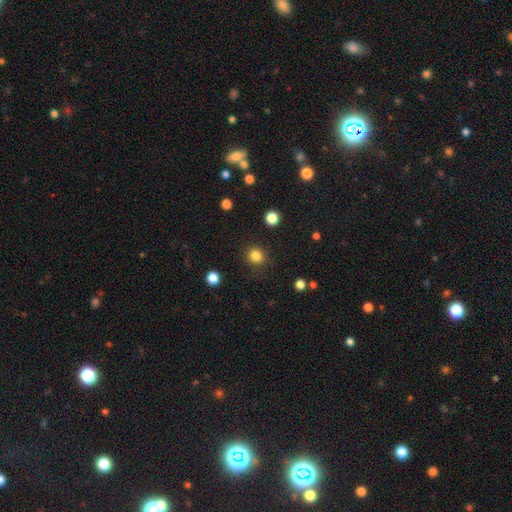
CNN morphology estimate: Q: Smooth or featured?
A: smooth (83%); runner-up: star or artifact (13%)
Q: How rounded?
A: round (91%); runner-up: in between (8%)
Q: Merging?
A: none (89%); runner-up: minor disturbance (7%)